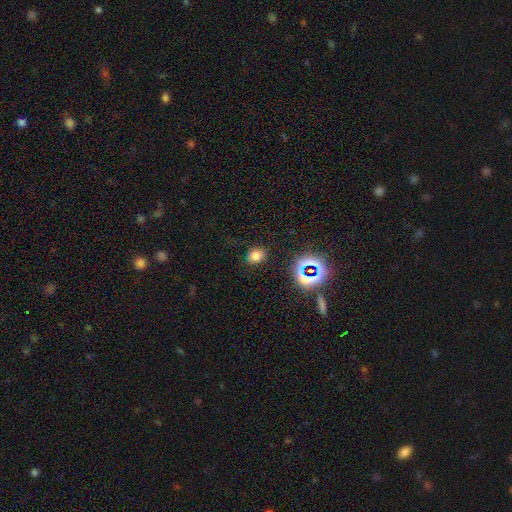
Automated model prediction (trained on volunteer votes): Overall: smooth (73%). How rounded: round (53%; in between 46%). Merging: none (86%).